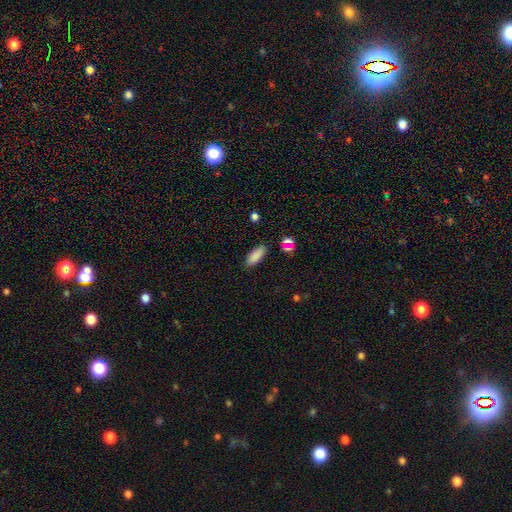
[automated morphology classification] Smooth or featured? smooth (87%)
How rounded? in between (77%)
Merging? none (85%)